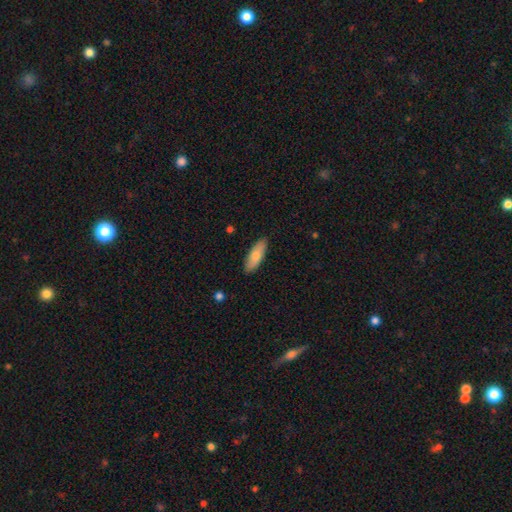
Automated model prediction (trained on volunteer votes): This appears to be a smooth galaxy with no disk features (79%) that is in between round and cigar-shaped (65%). Merging: none (87%).